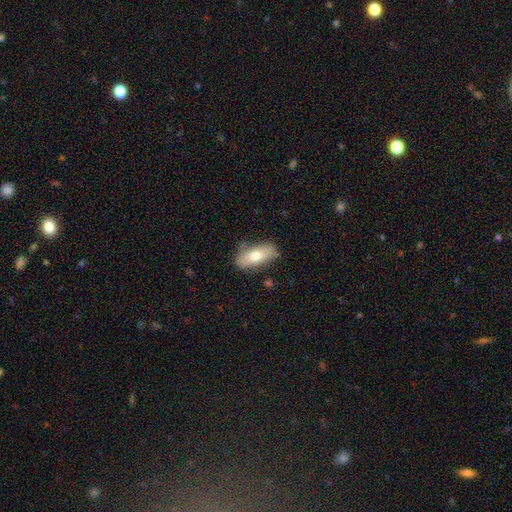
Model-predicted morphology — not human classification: Smooth or featured: smooth — 71% (featured or disk — 22%)
How rounded: in between — 82% (cigar-shaped — 15%)
Merging: none — 78% (minor disturbance — 16%)